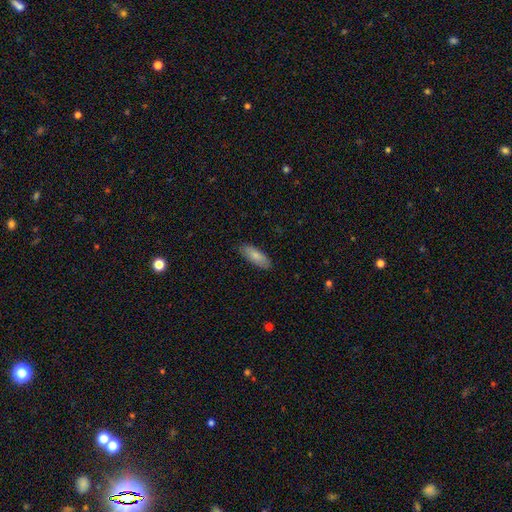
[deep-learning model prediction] smooth-or-featured: smooth: 83% | featured or disk: 11% | star or artifact: 6%
  how-rounded: in between: 69% | cigar-shaped: 29% | round: 2%
  merging: none: 87% | minor disturbance: 10% | major disturbance: 2% | merger: 1%